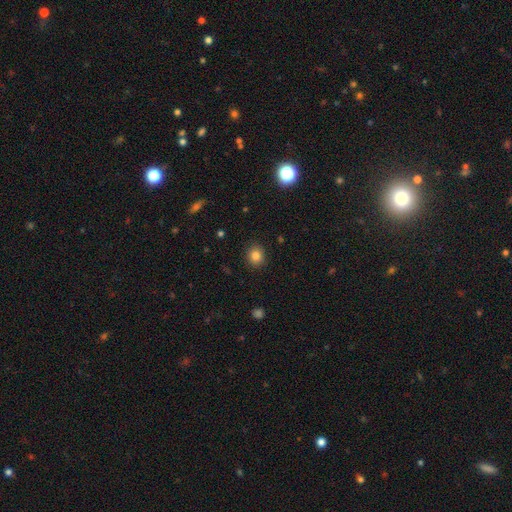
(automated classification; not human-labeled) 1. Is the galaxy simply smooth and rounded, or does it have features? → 83% smooth, 11% star or artifact, 6% featured or disk.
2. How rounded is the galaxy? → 79% round, 20% in between, 1% cigar-shaped.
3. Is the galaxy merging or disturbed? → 89% none, 7% minor disturbance, 2% major disturbance, 1% merger.